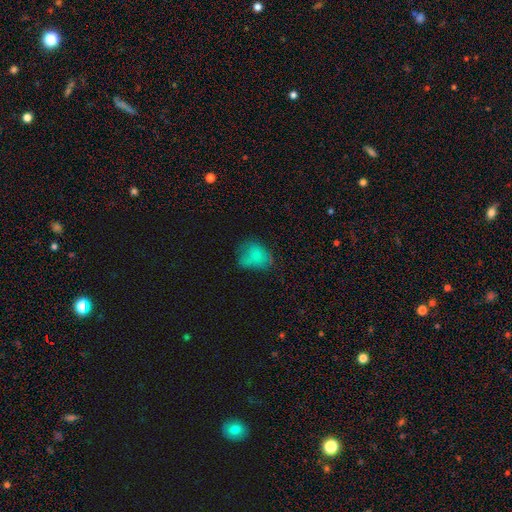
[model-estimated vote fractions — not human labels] Overall: smooth (70%). How rounded: in between (57%; round 42%). Merging: none (49%; minor disturbance 29%).